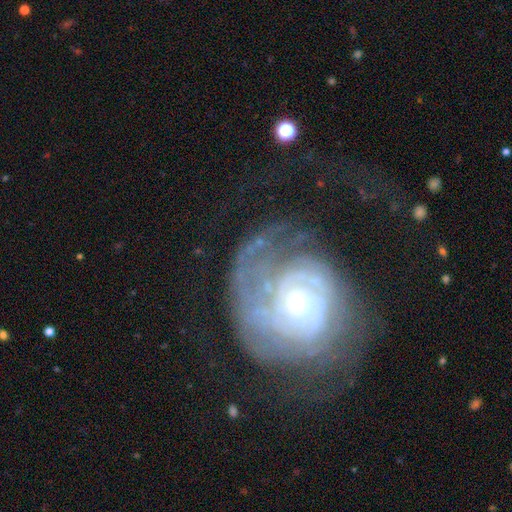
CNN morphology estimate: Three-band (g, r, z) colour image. It shows a featured or disk galaxy (84%) with no bar (75%), tight (68%) spiral arms (92%) and a small central bulge (56%). Merging: none (48%).